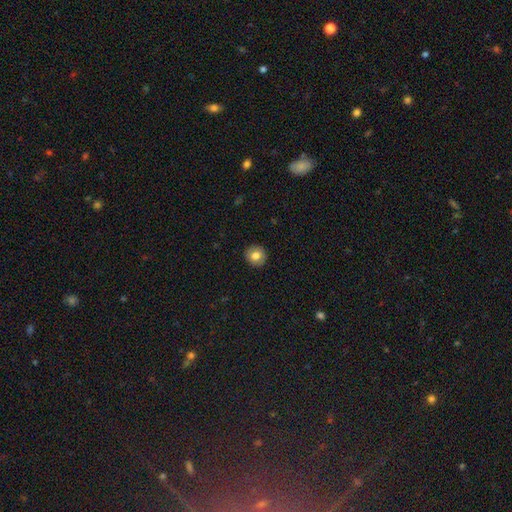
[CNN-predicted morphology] The model was most divided on "smooth or featured": smooth: 78%, featured or disk: 13%, star or artifact: 8%. More confident: merging — none (91%); how rounded — round (90%).